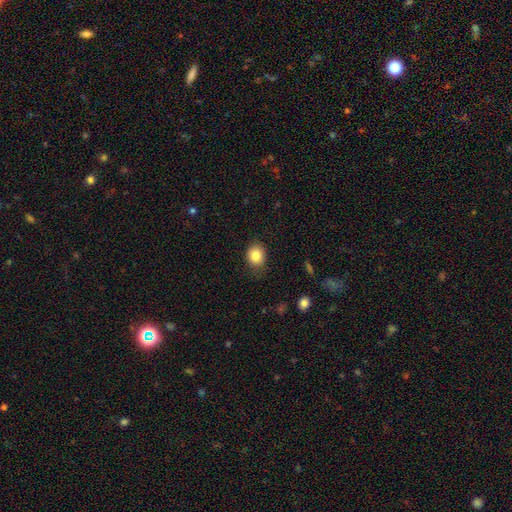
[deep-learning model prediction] smooth-or-featured: smooth: 84% | star or artifact: 10% | featured or disk: 7%
  how-rounded: round: 56% | in between: 43% | cigar-shaped: 1%
  merging: none: 78% | minor disturbance: 17% | major disturbance: 4% | merger: 1%